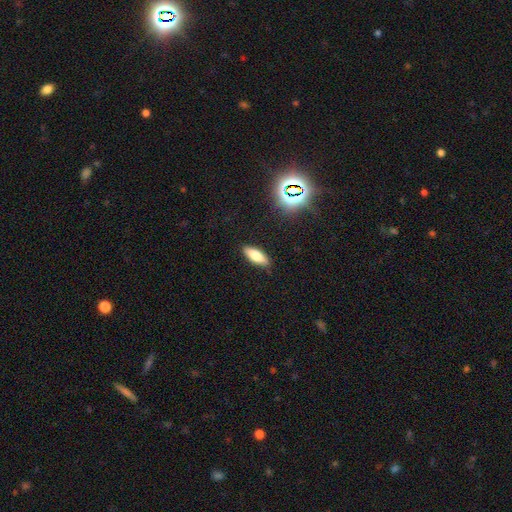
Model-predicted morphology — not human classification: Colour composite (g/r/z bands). It shows a smooth galaxy with no disk features (72%) that is in between round and cigar-shaped (66%). Merging: none (87%).